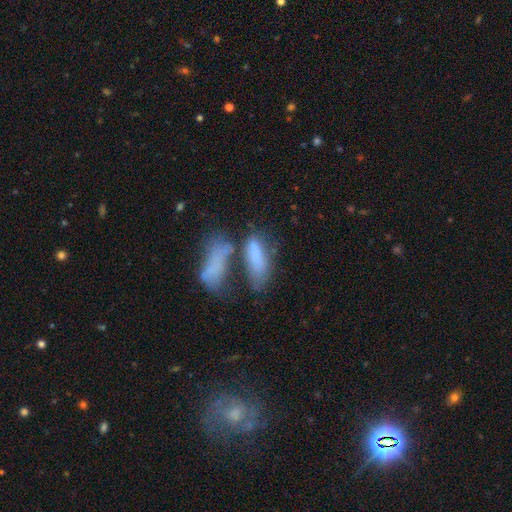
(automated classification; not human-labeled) A smooth galaxy with no disk features (70%) that is in between round and cigar-shaped (67%). Merging: merger (53%).